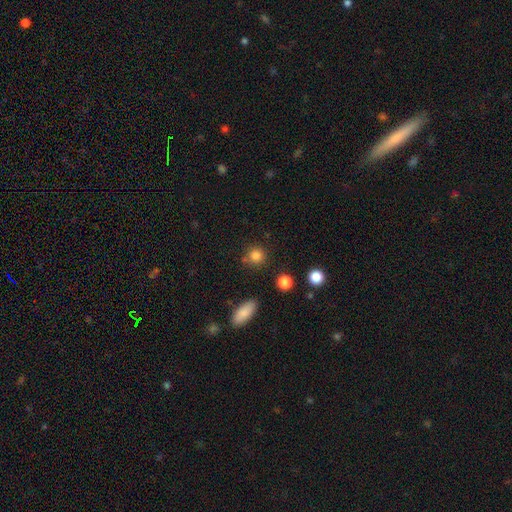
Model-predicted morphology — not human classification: A smooth galaxy with no disk features (83%) that is round (88%).

Vote fractions:
- Smooth or featured? smooth: 83% / star or artifact: 12% / featured or disk: 5%
- How rounded? round: 88% / in between: 10% / cigar-shaped: 1%
- Merging? none: 79% / minor disturbance: 11% / merger: 7% / major disturbance: 4%